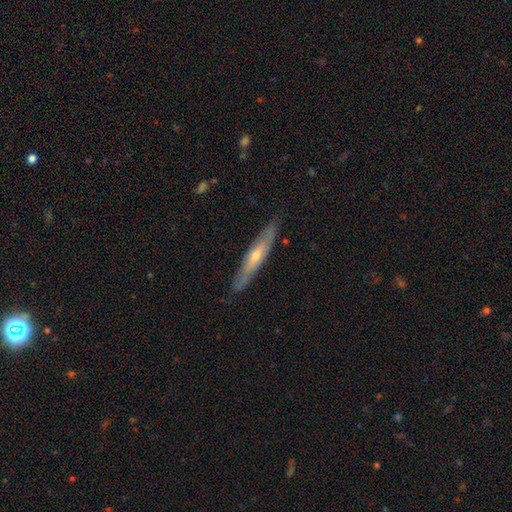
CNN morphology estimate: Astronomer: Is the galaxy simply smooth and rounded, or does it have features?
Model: featured or disk — 57% (runner-up: smooth, 37%).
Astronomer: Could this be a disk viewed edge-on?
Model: yes — 76%.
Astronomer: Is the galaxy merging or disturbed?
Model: none — 84%.